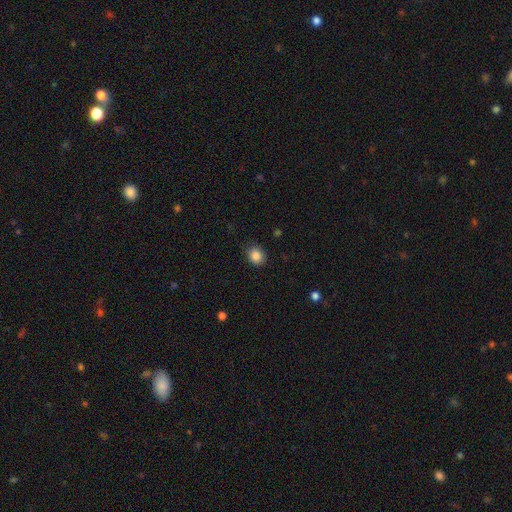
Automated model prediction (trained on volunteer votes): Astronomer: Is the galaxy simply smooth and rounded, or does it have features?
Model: smooth — 86%.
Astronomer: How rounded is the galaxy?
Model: round — 67%.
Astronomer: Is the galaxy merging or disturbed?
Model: none — 88%.